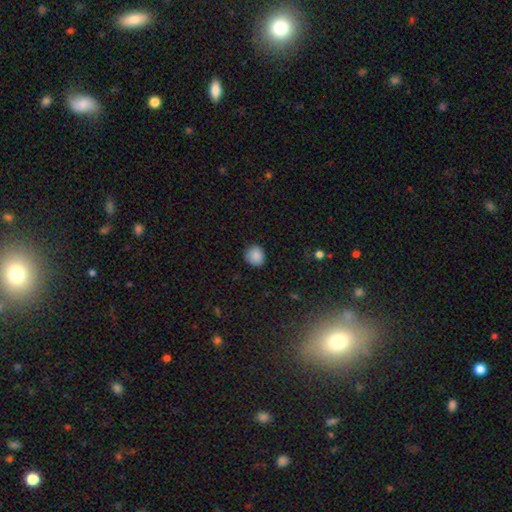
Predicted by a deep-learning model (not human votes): This appears to be a smooth galaxy with no disk features (87%) that is round (87%). Merging: none (87%).